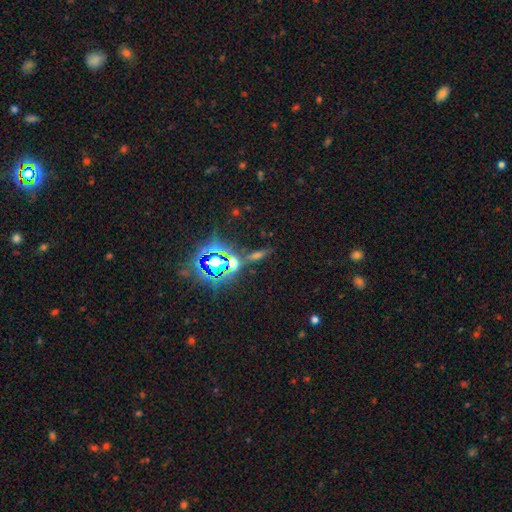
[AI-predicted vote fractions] A star or artifact, not a galaxy (53%).

Vote fractions:
- Smooth or featured? star or artifact: 53% / smooth: 28% / featured or disk: 19%